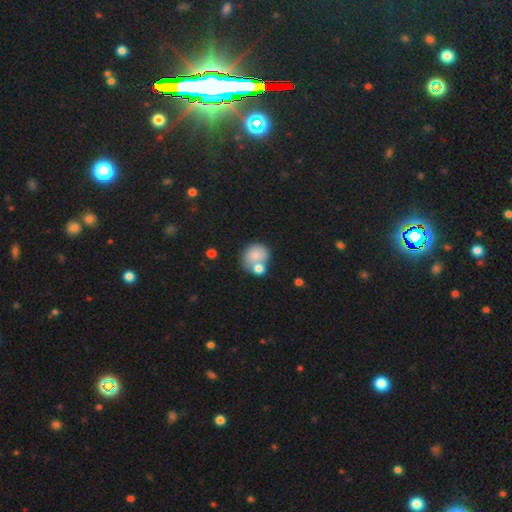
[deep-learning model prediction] Q: Smooth or featured?
A: smooth (77%); runner-up: featured or disk (15%)
Q: How rounded?
A: round (78%); runner-up: in between (21%)
Q: Merging?
A: none (42%); runner-up: merger (41%)